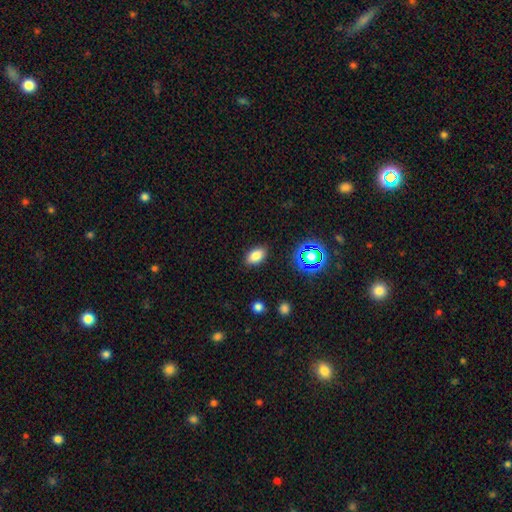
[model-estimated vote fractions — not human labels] Smooth or featured?
  - smooth: 79% *
  - star or artifact: 13%
  - featured or disk: 8%
How rounded?
  - in between: 89% *
  - round: 9%
  - cigar-shaped: 3%
Merging?
  - none: 87% *
  - minor disturbance: 9%
  - major disturbance: 3%
  - merger: 1%